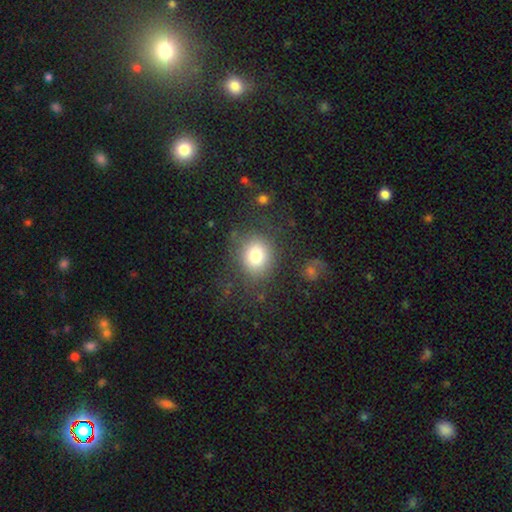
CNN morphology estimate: Smooth or featured? Predicted: smooth (p=0.77). How rounded? Predicted: round (p=0.70). Merging? Predicted: none (p=0.77).